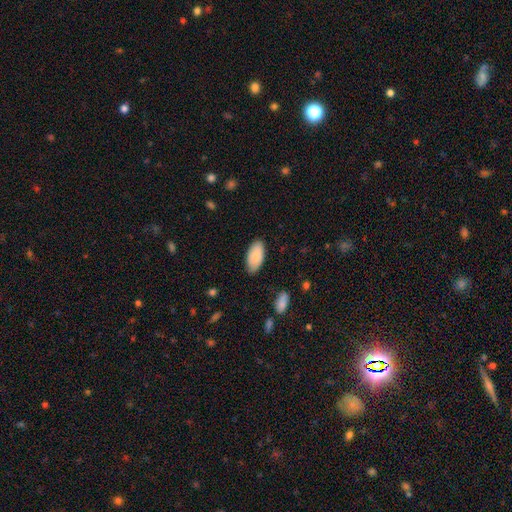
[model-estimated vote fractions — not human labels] Smooth or featured: smooth — 86% (featured or disk — 8%)
How rounded: in between — 95% (cigar-shaped — 4%)
Merging: none — 85% (minor disturbance — 12%)